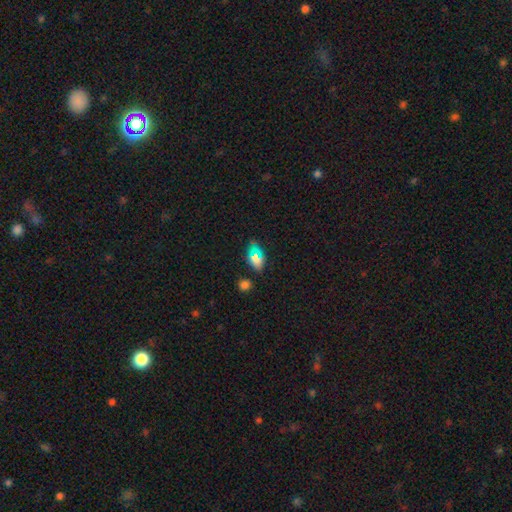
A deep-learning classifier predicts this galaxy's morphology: The model was most divided on "smooth or featured": smooth: 72%, star or artifact: 17%, featured or disk: 11%. More confident: how rounded — in between (86%); merging — none (79%).